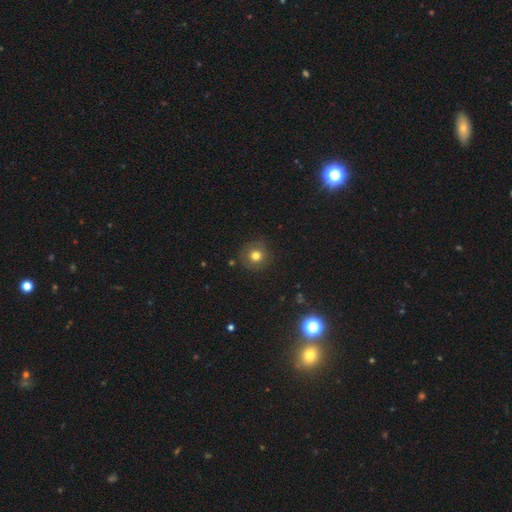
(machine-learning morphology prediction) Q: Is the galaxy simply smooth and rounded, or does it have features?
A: smooth — 74%.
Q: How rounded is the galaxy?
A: round — 93%.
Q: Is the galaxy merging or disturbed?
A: none — 87%.